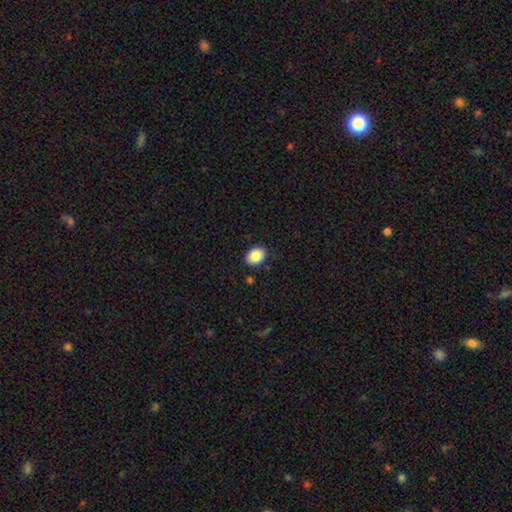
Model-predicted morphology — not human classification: Smooth or featured?
  - smooth: 88% *
  - star or artifact: 8%
  - featured or disk: 4%
How rounded?
  - in between: 66% *
  - round: 33%
  - cigar-shaped: 1%
Merging?
  - none: 88% *
  - minor disturbance: 9%
  - major disturbance: 2%
  - merger: 1%